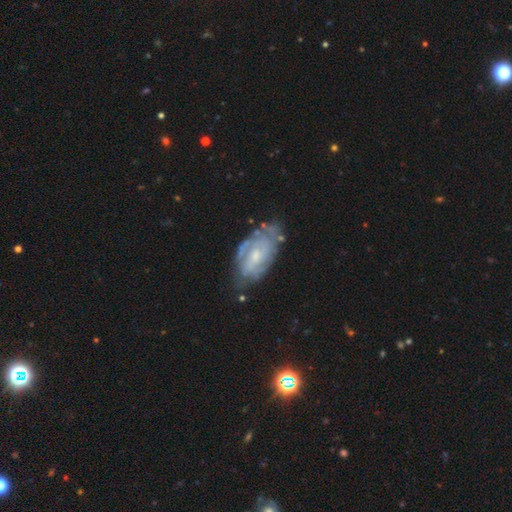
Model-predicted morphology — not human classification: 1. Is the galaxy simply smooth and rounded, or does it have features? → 73% featured or disk, 20% smooth, 7% star or artifact.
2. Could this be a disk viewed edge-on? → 94% no, 6% yes.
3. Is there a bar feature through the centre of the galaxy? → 58% no, 35% weak, 6% strong.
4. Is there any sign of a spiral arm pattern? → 81% yes, 19% no.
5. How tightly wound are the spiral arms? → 60% tight, 31% medium, 10% loose.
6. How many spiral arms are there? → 49% can't tell, 28% 2, 10% 3, 6% 1, 4% 4, 3% more than 4.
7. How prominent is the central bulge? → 51% small, 38% moderate, 7% none, 3% large, 1% dominant.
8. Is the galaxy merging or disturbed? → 62% none, 25% minor disturbance, 10% major disturbance, 3% merger.